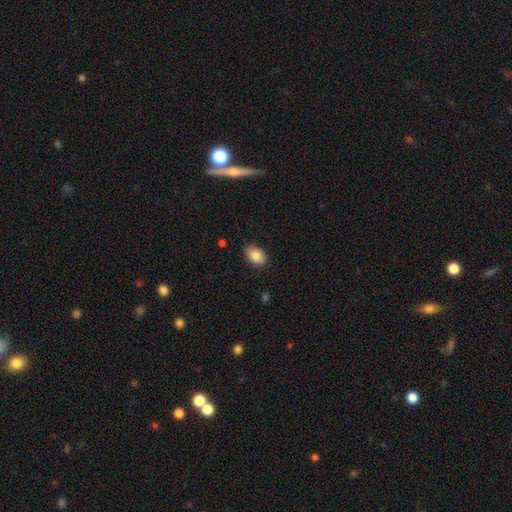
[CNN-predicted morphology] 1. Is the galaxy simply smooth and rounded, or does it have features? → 87% smooth, 7% star or artifact, 5% featured or disk.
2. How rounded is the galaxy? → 87% in between, 12% round, 1% cigar-shaped.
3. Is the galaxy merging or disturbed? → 86% none, 11% minor disturbance, 2% major disturbance, 1% merger.